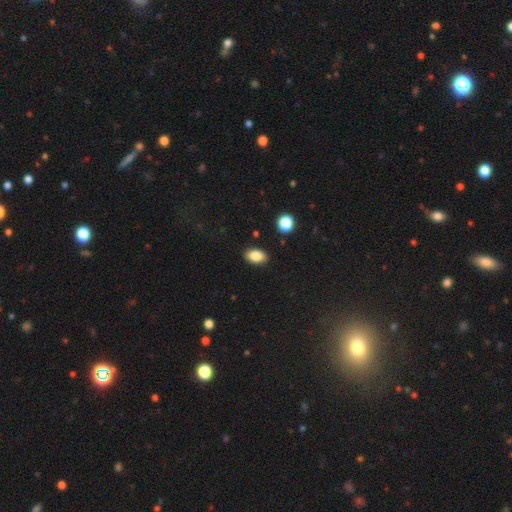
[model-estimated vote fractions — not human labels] smooth_or_featured: smooth (p=0.86) [alt: star or artifact p=0.09]
how_rounded: in between (p=0.89) [alt: round p=0.09]
merging: none (p=0.87) [alt: minor disturbance p=0.09]